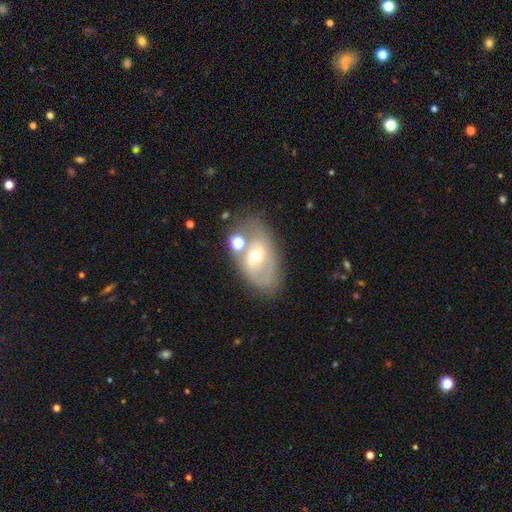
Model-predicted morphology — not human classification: Q: Smooth or featured?
A: featured or disk (49%); runner-up: smooth (40%)
Q: Merging?
A: none (60%); runner-up: minor disturbance (16%)